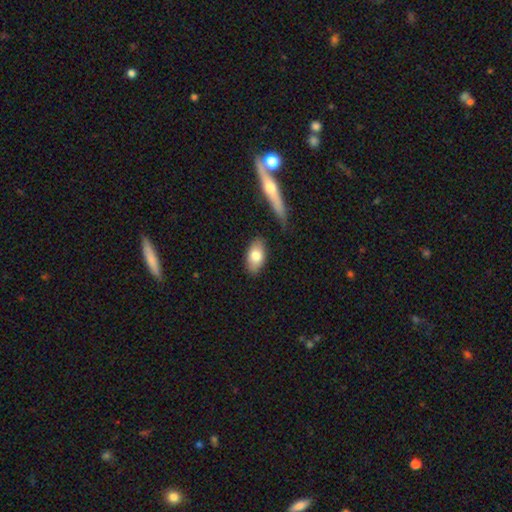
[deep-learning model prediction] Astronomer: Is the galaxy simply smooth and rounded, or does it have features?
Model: smooth — 77%.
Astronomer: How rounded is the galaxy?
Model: in between — 91%.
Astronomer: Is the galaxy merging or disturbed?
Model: none — 81%.